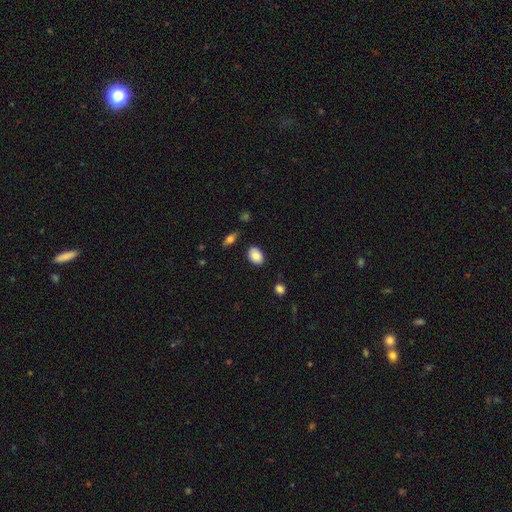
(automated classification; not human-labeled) Smooth or featured? smooth (84%)
How rounded? in between (83%)
Merging? none (84%)